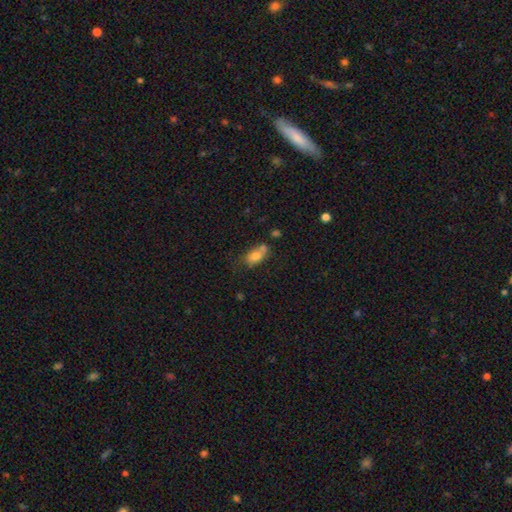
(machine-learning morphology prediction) smooth_or_featured: smooth (p=0.74) [alt: featured or disk p=0.17]
how_rounded: in between (p=0.79) [alt: round p=0.16]
merging: none (p=0.42) [alt: merger p=0.30]